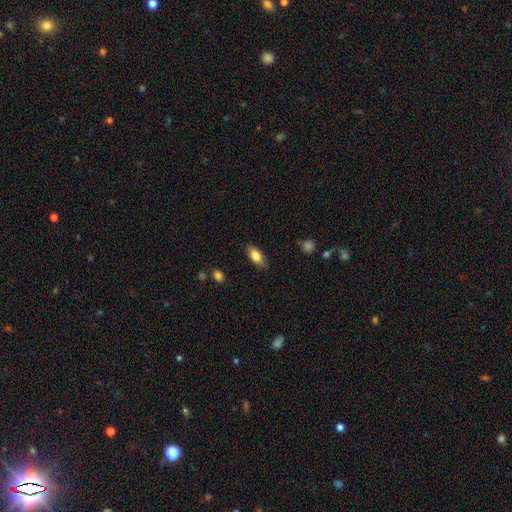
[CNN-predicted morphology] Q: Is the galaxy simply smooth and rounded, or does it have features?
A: smooth — 79%.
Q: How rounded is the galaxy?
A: in between — 84%.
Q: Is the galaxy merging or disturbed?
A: none — 84%.